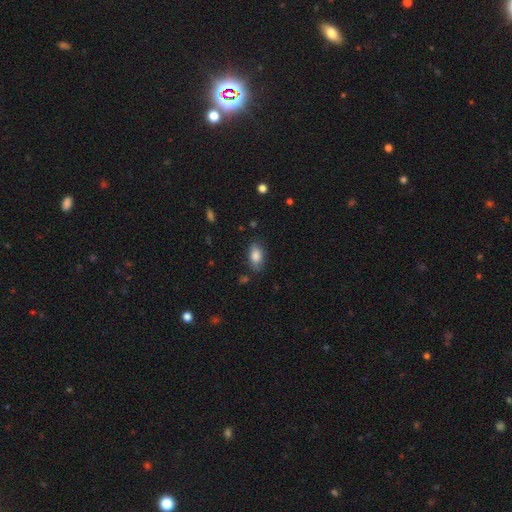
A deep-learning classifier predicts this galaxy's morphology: type=smooth (84%); roundness=in between (90%); merging=none (79%).